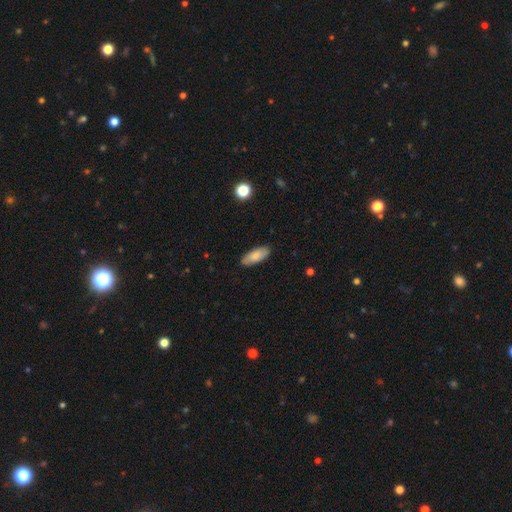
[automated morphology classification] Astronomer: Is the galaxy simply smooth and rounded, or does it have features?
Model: smooth — 82%.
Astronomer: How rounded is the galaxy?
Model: in between — 80%.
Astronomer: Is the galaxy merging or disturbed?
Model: none — 87%.